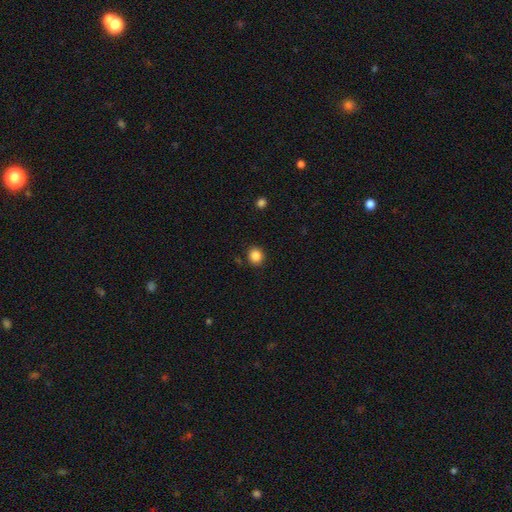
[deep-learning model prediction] Overall: smooth (85%). How rounded: round (84%). Merging: none (89%).